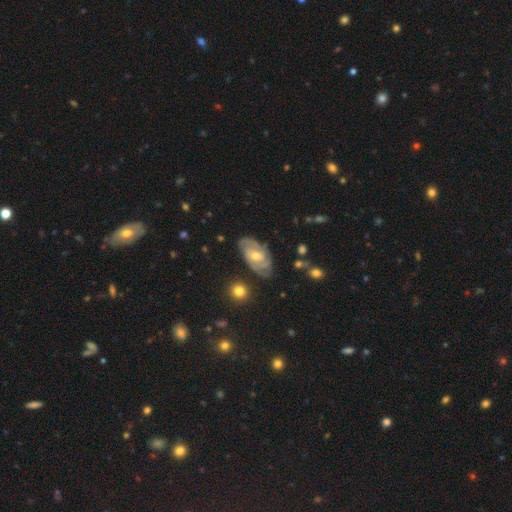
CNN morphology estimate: The model was most divided on "spiral arm count": can't tell: 28%, 2: 27%, 3: 26%, 4: 10%, 1: 4%, more than 4: 4%. More confident: edge-on disk — no (95%); spiral arms — yes (93%); smooth or featured — featured or disk (79%); merging — none (74%); bar — no (62%); bulge size — moderate (60%); spiral winding — tight (58%).